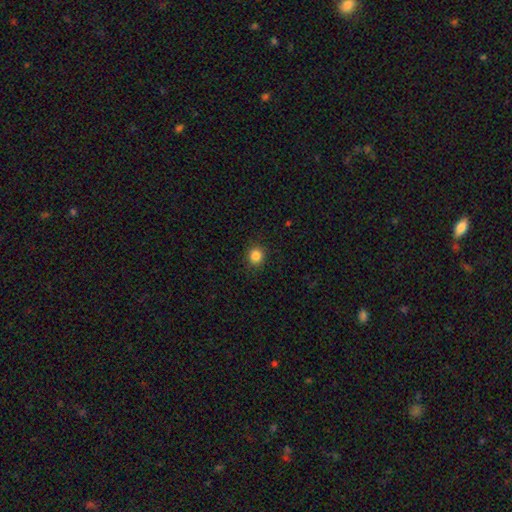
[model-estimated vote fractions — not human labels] smooth_or_featured: smooth (p=0.86) [alt: star or artifact p=0.11]
how_rounded: round (p=0.88) [alt: in between p=0.11]
merging: none (p=0.90) [alt: minor disturbance p=0.07]